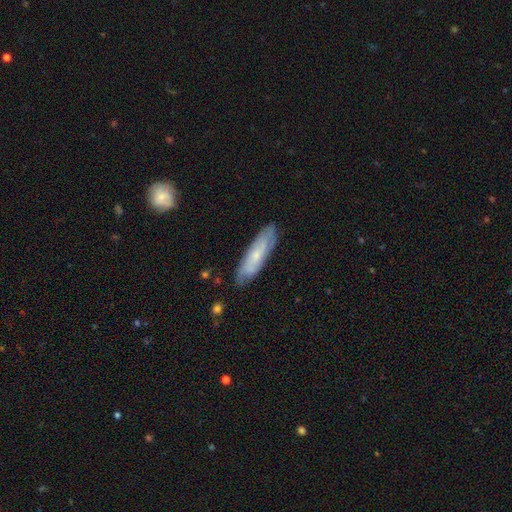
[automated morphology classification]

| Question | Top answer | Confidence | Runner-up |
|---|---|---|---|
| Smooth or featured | featured or disk | 50% | smooth (43%) |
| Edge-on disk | no | 66% | yes (34%) |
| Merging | none | 81% | minor disturbance (15%) |